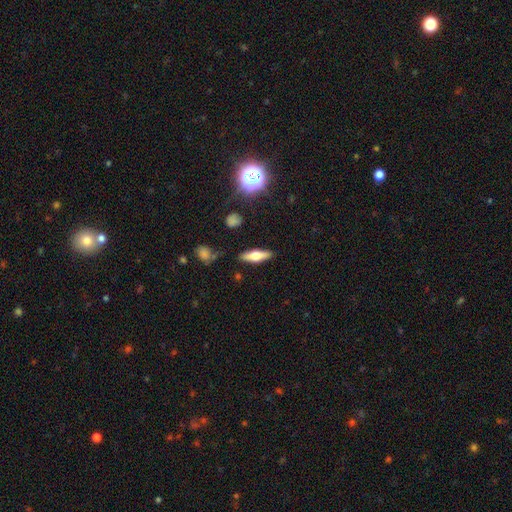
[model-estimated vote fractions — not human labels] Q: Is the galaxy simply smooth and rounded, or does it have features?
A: smooth — 49%.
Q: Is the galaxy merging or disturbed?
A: none — 87%.